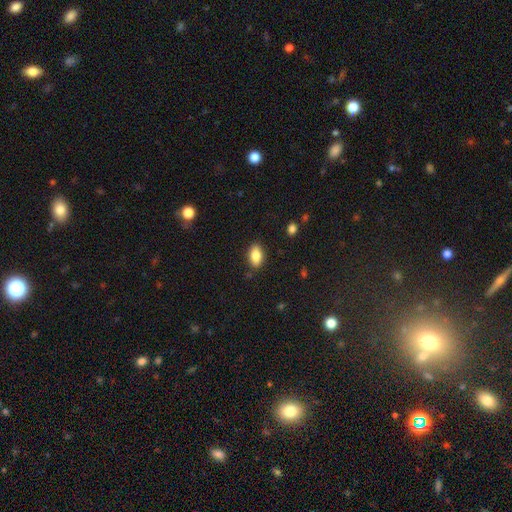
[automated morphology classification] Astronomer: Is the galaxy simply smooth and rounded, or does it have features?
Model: smooth — 83%.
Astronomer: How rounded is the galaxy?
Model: in between — 89%.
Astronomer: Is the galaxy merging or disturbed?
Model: none — 85%.